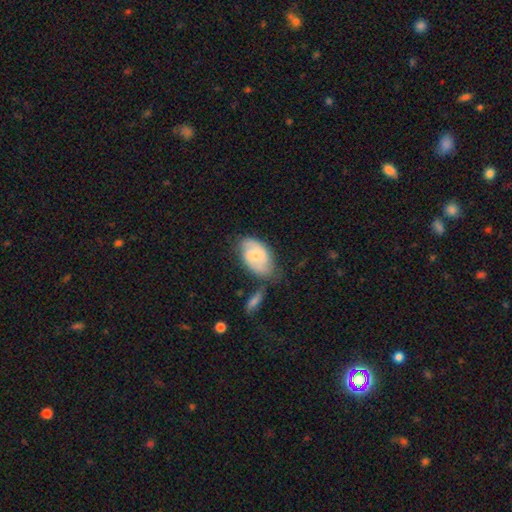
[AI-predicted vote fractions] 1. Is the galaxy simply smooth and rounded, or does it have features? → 51% featured or disk, 43% smooth, 6% star or artifact.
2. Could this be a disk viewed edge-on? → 94% no, 6% yes.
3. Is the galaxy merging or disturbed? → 51% none, 25% minor disturbance, 15% merger, 9% major disturbance.